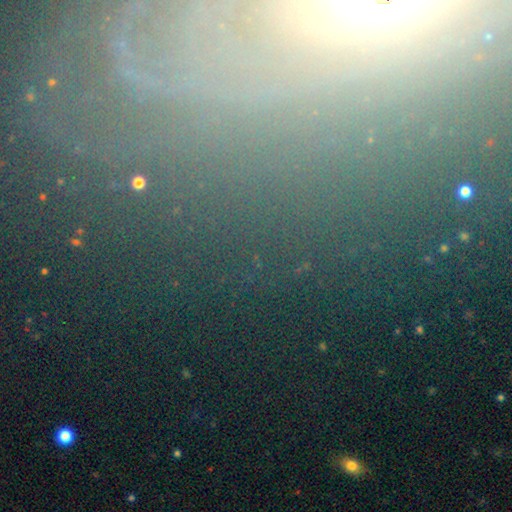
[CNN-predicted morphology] A star or artifact, not a galaxy (71%).